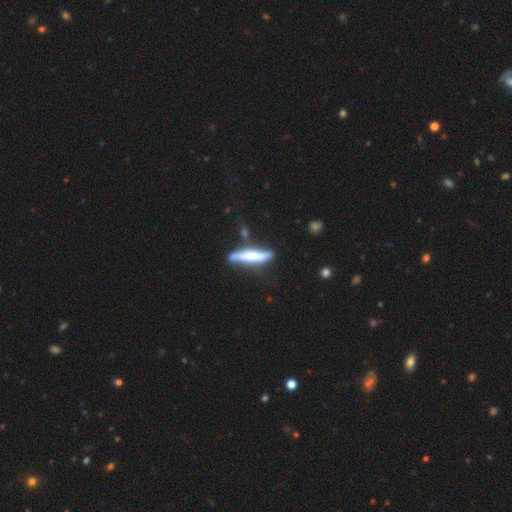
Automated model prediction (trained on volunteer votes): Smooth or featured? Predicted: smooth (p=0.50). How rounded? Predicted: cigar-shaped (p=0.88). Merging? Predicted: none (p=0.70).